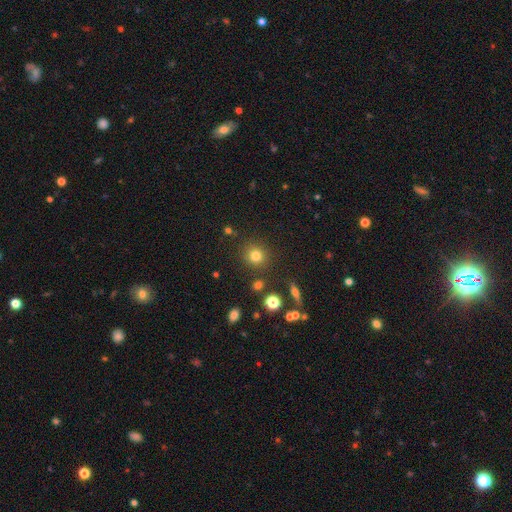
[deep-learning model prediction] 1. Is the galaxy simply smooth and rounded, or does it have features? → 79% smooth, 14% star or artifact, 7% featured or disk.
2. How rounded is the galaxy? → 89% round, 10% in between, 1% cigar-shaped.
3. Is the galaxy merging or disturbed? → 84% none, 8% minor disturbance, 4% merger, 3% major disturbance.